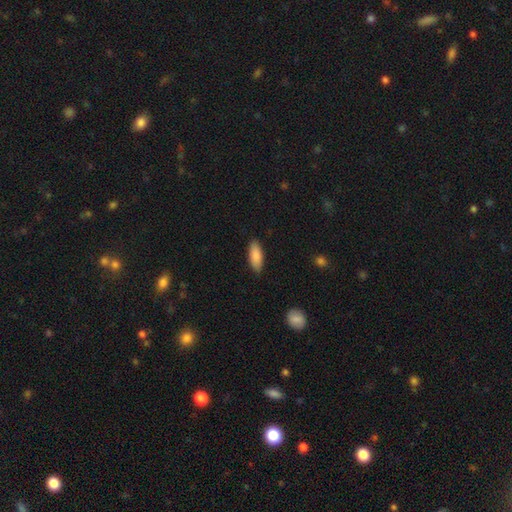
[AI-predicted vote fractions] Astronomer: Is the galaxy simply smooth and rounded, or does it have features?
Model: smooth — 87%.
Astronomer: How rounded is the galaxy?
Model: in between — 76%.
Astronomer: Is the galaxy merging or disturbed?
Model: none — 85%.